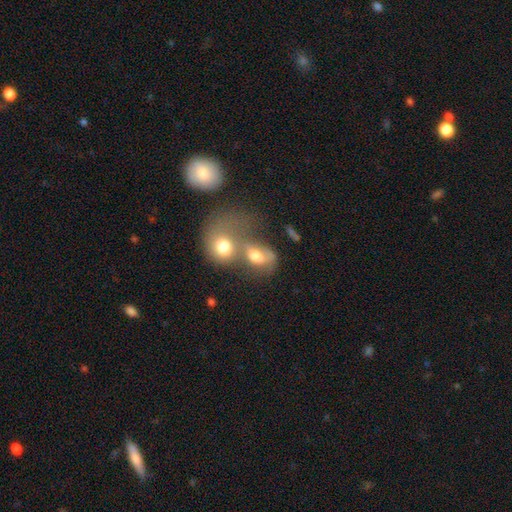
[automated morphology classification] smooth 63%, featured or disk 25%, star or artifact 12%. Down the decision tree: how rounded — in between (64%); merging — merger (65%).